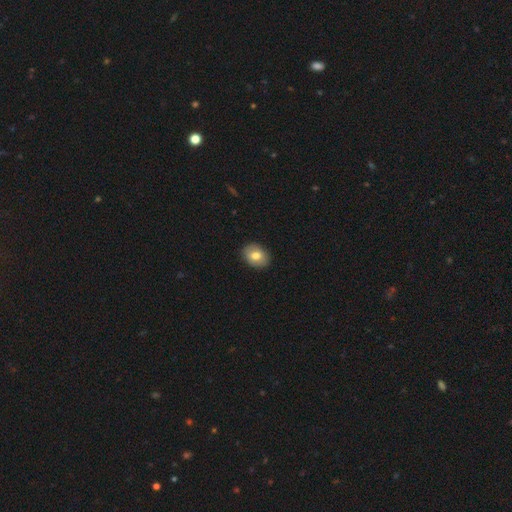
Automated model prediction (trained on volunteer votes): The model was most divided on "how rounded": in between: 65%, round: 34%, cigar-shaped: 1%. More confident: merging — none (88%); smooth or featured — smooth (75%).